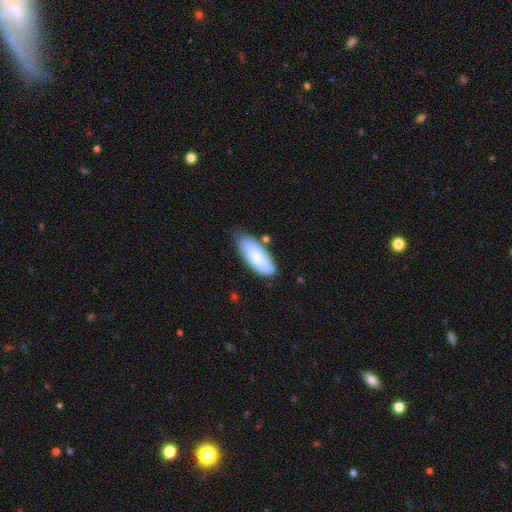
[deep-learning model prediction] This is likely a smooth galaxy (75%). How rounded: clearly in between (80%). Merging: likely none (67%).